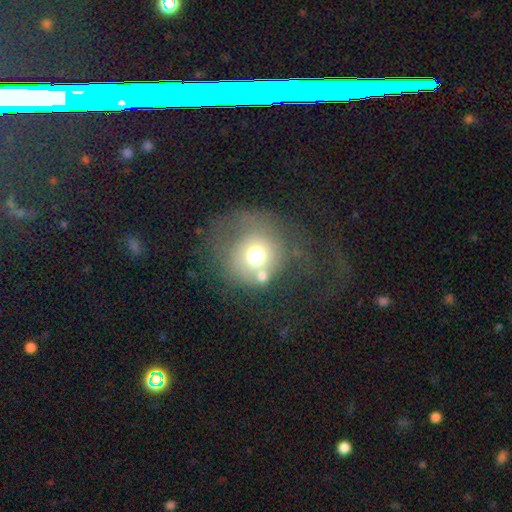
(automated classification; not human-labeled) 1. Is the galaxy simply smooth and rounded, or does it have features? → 60% smooth, 25% featured or disk, 15% star or artifact.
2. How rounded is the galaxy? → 90% round, 9% in between, 1% cigar-shaped.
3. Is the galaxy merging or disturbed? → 44% none, 24% major disturbance, 17% minor disturbance, 14% merger.